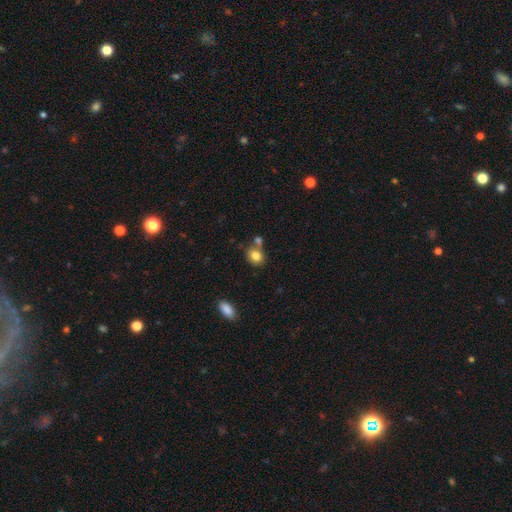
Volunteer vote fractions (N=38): Smooth or featured: smooth — 87% (featured or disk — 11%)
How rounded: in between — 52% (round — 48%)
Merging: none — 68% (merger — 14%)